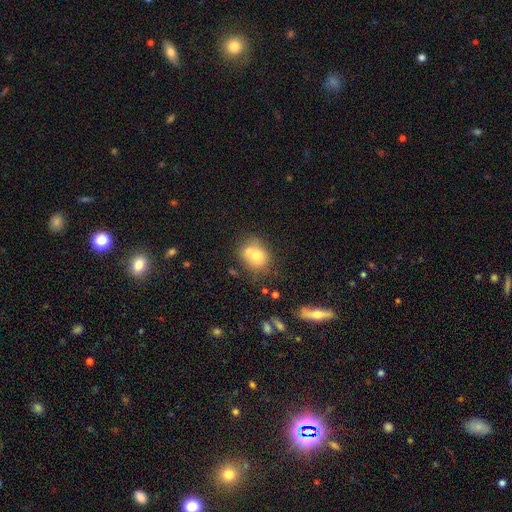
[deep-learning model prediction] Morphology: type=smooth (68%); roundness=round (66%); merging=merger (48%).